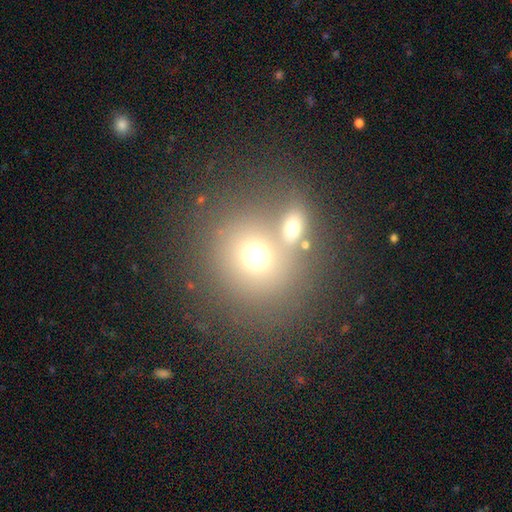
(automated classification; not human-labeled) This appears to be a smooth galaxy with no disk features (68%) that is round (79%). Merging: none (44%).